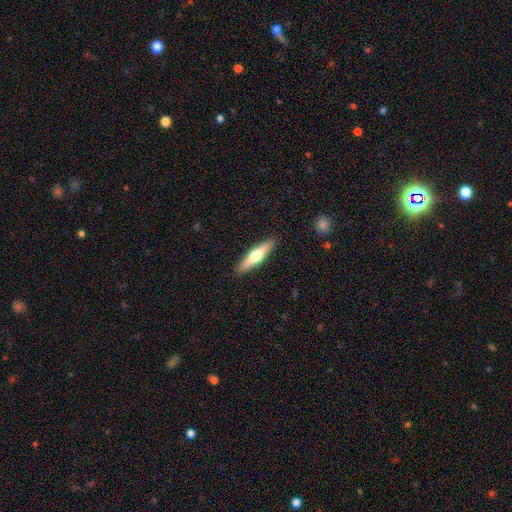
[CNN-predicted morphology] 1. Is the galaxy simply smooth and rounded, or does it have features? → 48% smooth, 47% featured or disk, 5% star or artifact.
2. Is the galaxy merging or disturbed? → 90% none, 7% minor disturbance, 2% major disturbance, 1% merger.